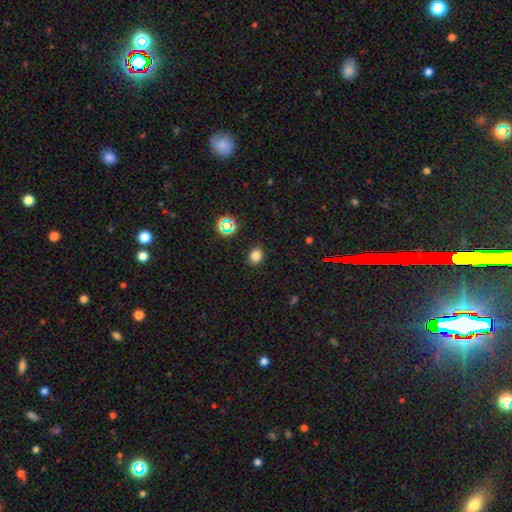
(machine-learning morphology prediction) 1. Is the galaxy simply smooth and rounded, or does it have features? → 78% smooth, 17% star or artifact, 5% featured or disk.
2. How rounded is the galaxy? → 57% round, 42% in between, 1% cigar-shaped.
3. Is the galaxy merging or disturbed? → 88% none, 8% minor disturbance, 2% major disturbance, 1% merger.